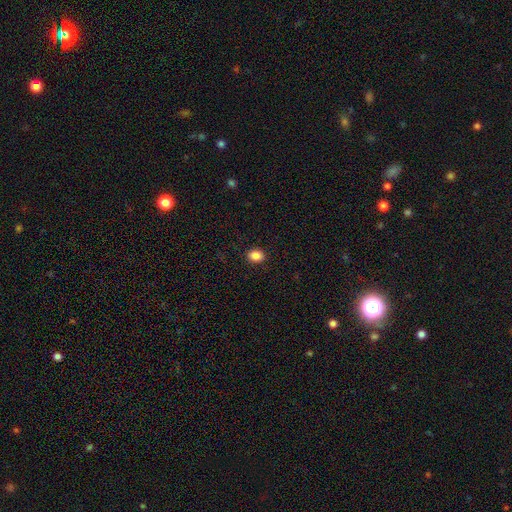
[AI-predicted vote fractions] Q: Smooth or featured?
A: smooth (87%); runner-up: star or artifact (9%)
Q: How rounded?
A: in between (52%); runner-up: round (48%)
Q: Merging?
A: none (91%); runner-up: minor disturbance (6%)